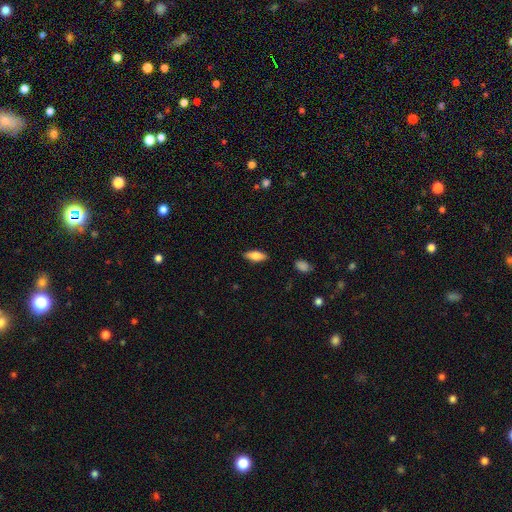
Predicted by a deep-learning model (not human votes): Q: Smooth or featured?
A: smooth (71%); runner-up: featured or disk (22%)
Q: How rounded?
A: in between (73%); runner-up: cigar-shaped (24%)
Q: Merging?
A: none (86%); runner-up: minor disturbance (10%)